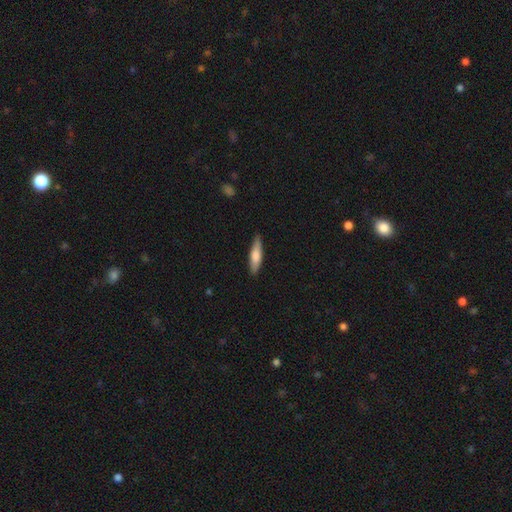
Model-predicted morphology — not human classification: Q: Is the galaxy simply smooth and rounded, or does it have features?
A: smooth — 68%.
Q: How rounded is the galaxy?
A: cigar-shaped — 75%.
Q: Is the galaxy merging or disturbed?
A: none — 86%.